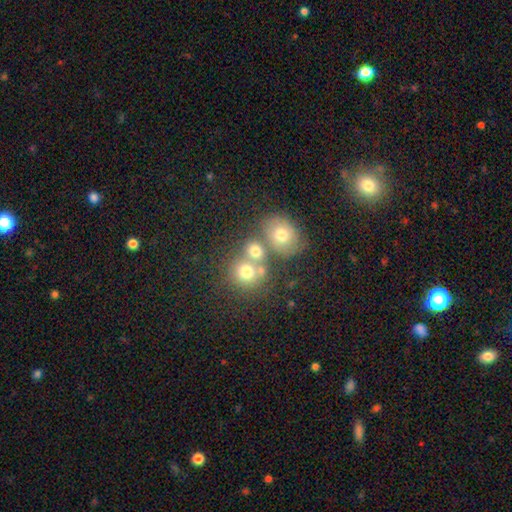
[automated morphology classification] Smooth or featured: smooth — 56% (star or artifact — 27%)
How rounded: round — 79% (in between — 19%)
Merging: none — 49% (merger — 39%)